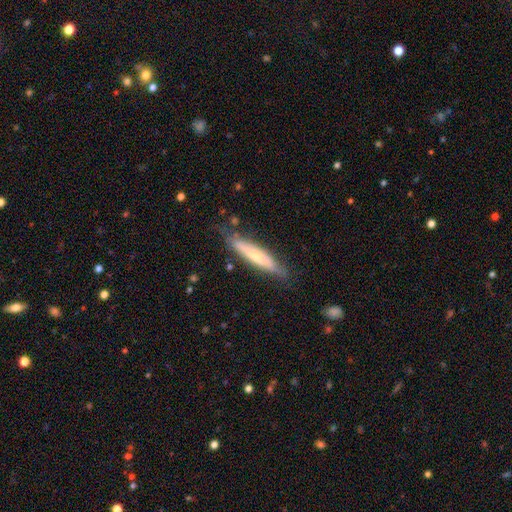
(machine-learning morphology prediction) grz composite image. It shows a featured or disk galaxy (46%, tied with smooth). Merging: none (82%).